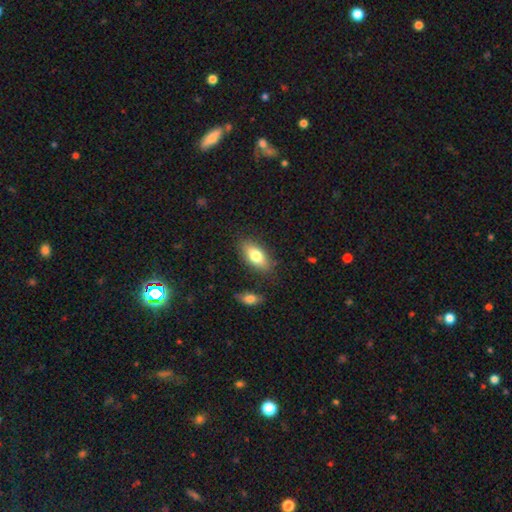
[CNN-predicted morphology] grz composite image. It shows a smooth galaxy with no disk features (75%) that is in between round and cigar-shaped (86%). Merging: none (82%).